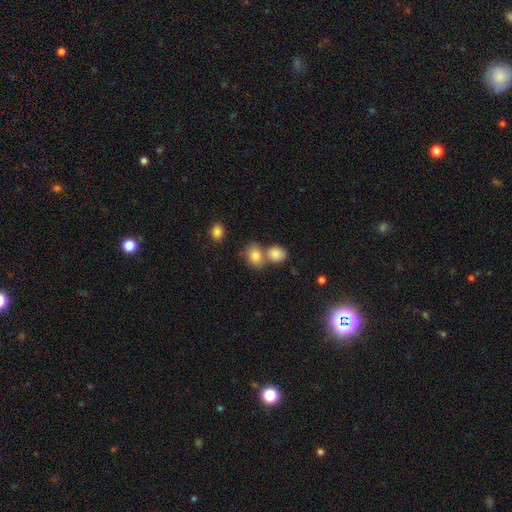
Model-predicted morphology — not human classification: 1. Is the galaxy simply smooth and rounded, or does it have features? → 82% smooth, 9% star or artifact, 8% featured or disk.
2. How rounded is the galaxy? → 54% in between, 45% round, 1% cigar-shaped.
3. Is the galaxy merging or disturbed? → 45% none, 42% merger, 10% minor disturbance, 3% major disturbance.